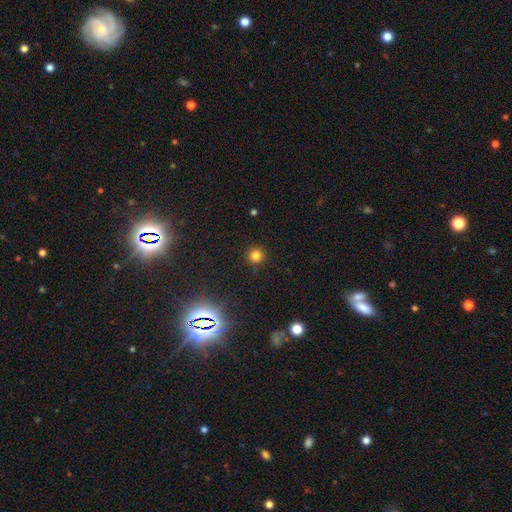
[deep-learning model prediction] Q: Smooth or featured?
A: smooth (78%); runner-up: star or artifact (18%)
Q: How rounded?
A: round (95%); runner-up: in between (4%)
Q: Merging?
A: none (91%); runner-up: minor disturbance (6%)